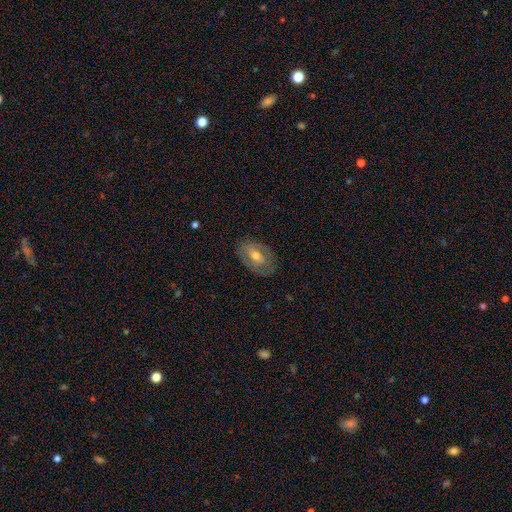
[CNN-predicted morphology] Overall: featured or disk (51%; smooth 42%). Edge-on disk: no (90%). Merging: none (79%).